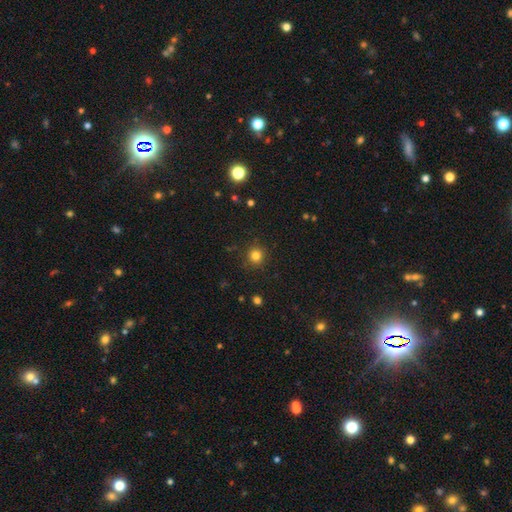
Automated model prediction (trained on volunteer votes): smooth_or_featured: smooth (p=0.81) [alt: star or artifact p=0.14]
how_rounded: round (p=0.93) [alt: in between p=0.06]
merging: none (p=0.90) [alt: minor disturbance p=0.07]